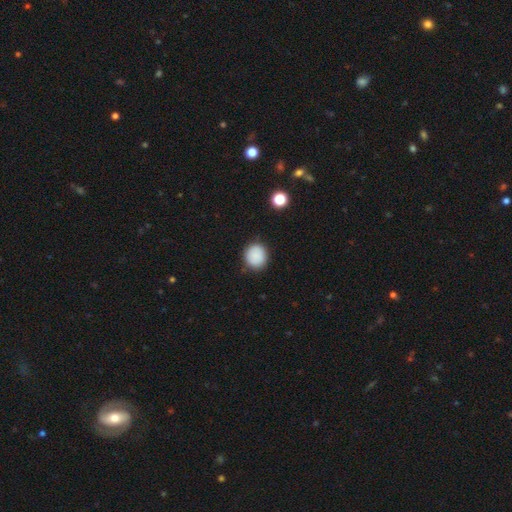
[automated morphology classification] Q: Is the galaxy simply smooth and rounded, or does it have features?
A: smooth — 87%.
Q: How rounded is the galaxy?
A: round — 83%.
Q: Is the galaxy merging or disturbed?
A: none — 86%.